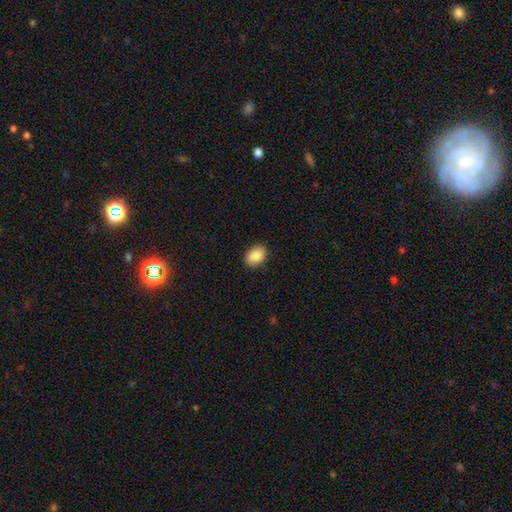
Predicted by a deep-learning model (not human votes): Smooth or featured: smooth — 88% (star or artifact — 7%)
How rounded: in between — 83% (round — 16%)
Merging: none — 89% (minor disturbance — 8%)